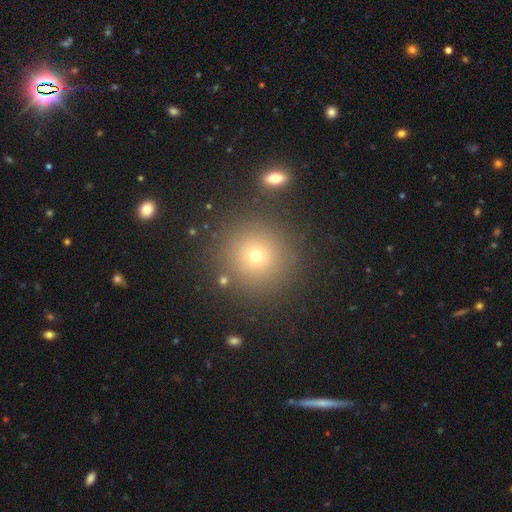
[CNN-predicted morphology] Smooth or featured?
  - smooth: 70% *
  - star or artifact: 20%
  - featured or disk: 11%
How rounded?
  - round: 94% *
  - in between: 5%
  - cigar-shaped: 1%
Merging?
  - none: 86% *
  - minor disturbance: 7%
  - merger: 4%
  - major disturbance: 3%